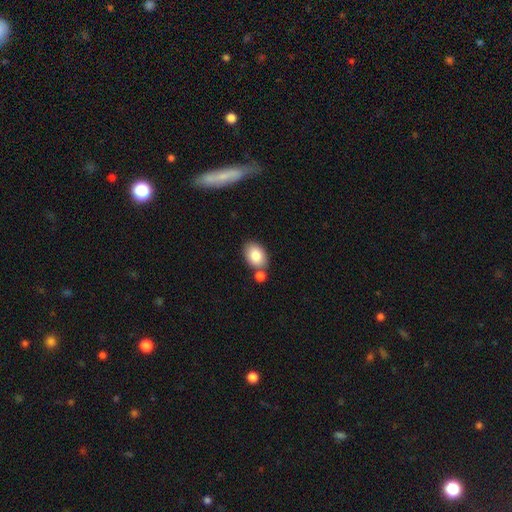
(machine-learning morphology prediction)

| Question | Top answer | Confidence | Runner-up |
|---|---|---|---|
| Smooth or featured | smooth | 84% | featured or disk (9%) |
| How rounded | in between | 84% | round (14%) |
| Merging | none | 66% | merger (18%) |